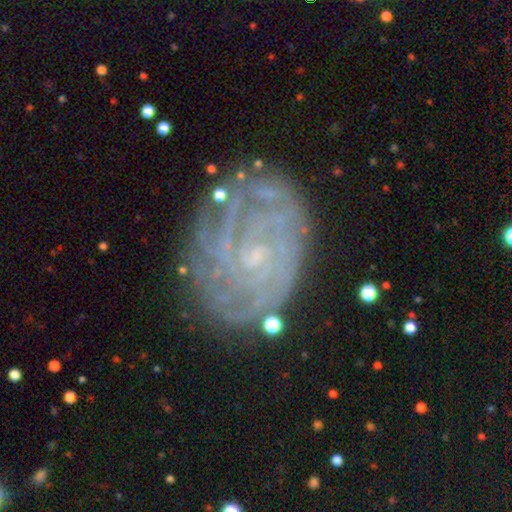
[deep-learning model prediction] smooth_or_featured: featured or disk (p=0.80) [alt: smooth p=0.11]
disk_edge_on: no (p=0.97) [alt: yes p=0.03]
bar: no (p=0.69) [alt: weak p=0.25]
has_spiral_arms: yes (p=0.92) [alt: no p=0.08]
spiral_winding: tight (p=0.75) [alt: medium p=0.19]
spiral_arm_count: can't tell (p=0.40) [alt: 4 p=0.15]
bulge_size: small (p=0.78) [alt: moderate p=0.11]
merging: none (p=0.76) [alt: minor disturbance p=0.15]